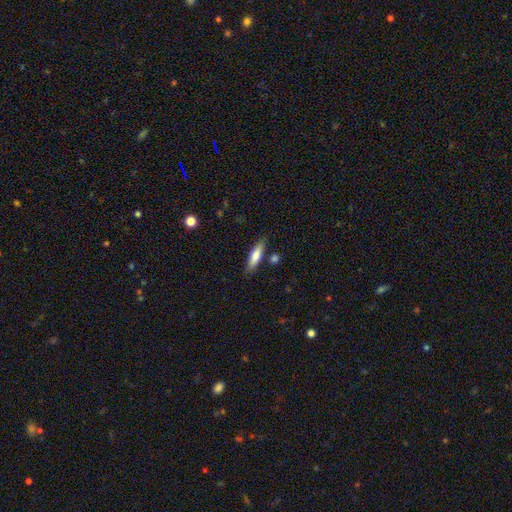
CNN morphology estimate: The model was most divided on "how rounded": cigar-shaped: 64%, in between: 34%, round: 2%. More confident: merging — none (81%); smooth or featured — smooth (66%).